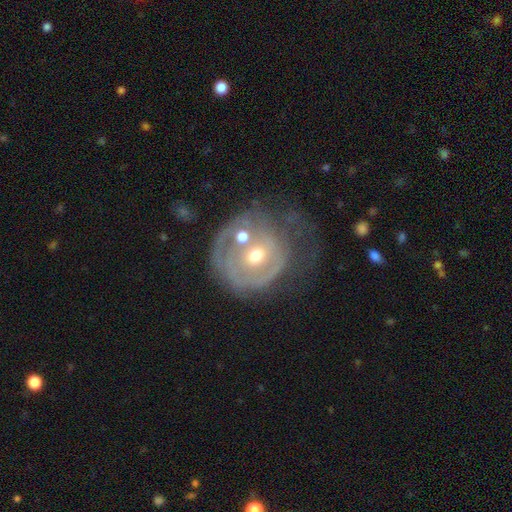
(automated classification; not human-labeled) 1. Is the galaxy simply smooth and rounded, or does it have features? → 68% featured or disk, 24% smooth, 8% star or artifact.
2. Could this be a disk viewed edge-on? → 96% no, 4% yes.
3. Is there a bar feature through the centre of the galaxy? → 72% no, 22% weak, 7% strong.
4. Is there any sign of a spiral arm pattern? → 51% no, 49% yes.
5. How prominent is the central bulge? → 62% moderate, 32% small, 3% large, 1% none, 1% dominant.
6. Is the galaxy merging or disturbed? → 34% none, 24% merger, 23% major disturbance, 20% minor disturbance.